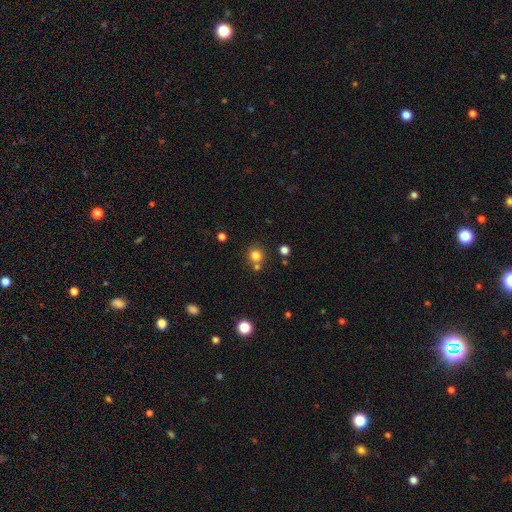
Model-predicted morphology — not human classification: Smooth or featured? Predicted: smooth (p=0.79). How rounded? Predicted: round (p=0.91). Merging? Predicted: none (p=0.71).